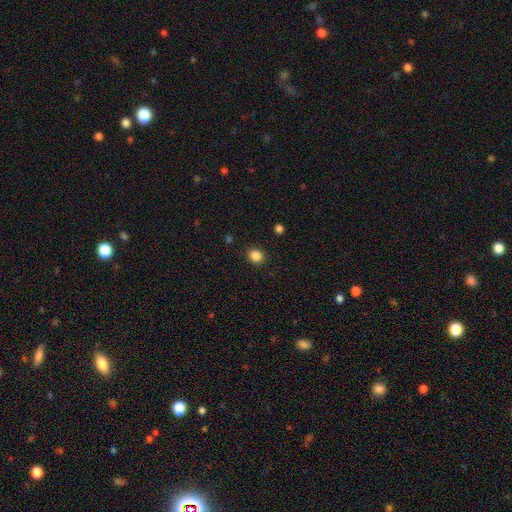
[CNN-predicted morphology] smooth_or_featured: smooth (p=0.85) [alt: star or artifact p=0.12]
how_rounded: round (p=0.79) [alt: in between p=0.20]
merging: none (p=0.90) [alt: minor disturbance p=0.06]